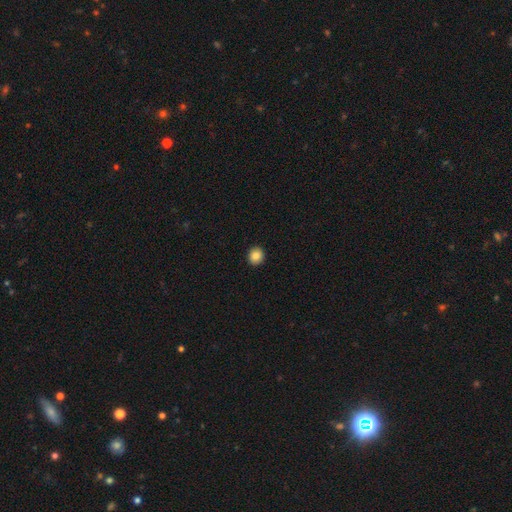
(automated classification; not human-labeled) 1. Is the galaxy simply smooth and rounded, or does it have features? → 85% smooth, 9% star or artifact, 6% featured or disk.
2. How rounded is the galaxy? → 85% round, 14% in between, 1% cigar-shaped.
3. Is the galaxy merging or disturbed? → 93% none, 5% minor disturbance, 1% major disturbance, 1% merger.